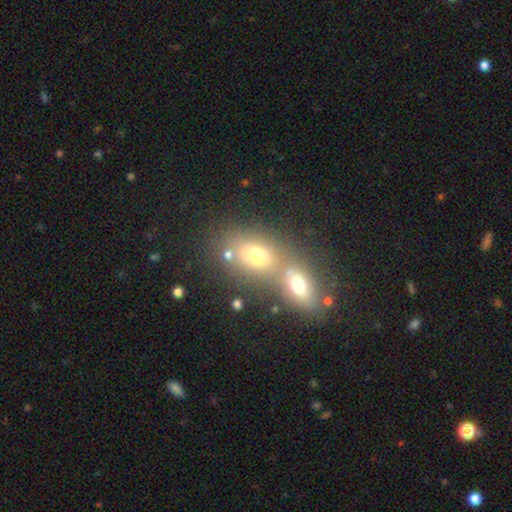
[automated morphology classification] smooth-or-featured: smooth: 67% | featured or disk: 19% | star or artifact: 13%
  how-rounded: in between: 71% | round: 26% | cigar-shaped: 3%
  merging: merger: 51% | none: 36% | minor disturbance: 8% | major disturbance: 4%